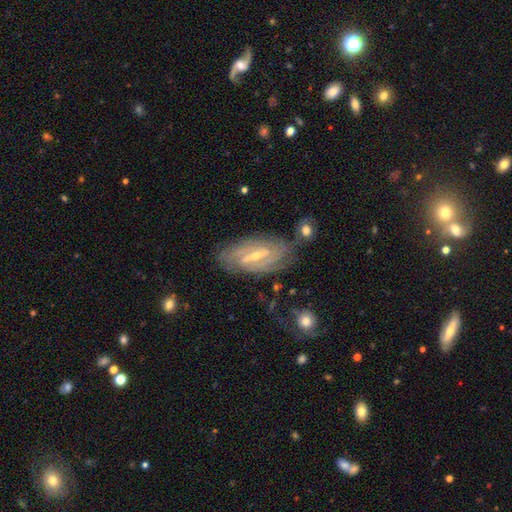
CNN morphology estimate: Q: Smooth or featured?
A: featured or disk (84%); runner-up: smooth (10%)
Q: Edge-on disk?
A: no (91%); runner-up: yes (9%)
Q: Bar?
A: strong (52%); runner-up: weak (38%)
Q: Spiral arms?
A: yes (93%); runner-up: no (7%)
Q: Spiral winding?
A: tight (57%); runner-up: medium (33%)
Q: Spiral arm count?
A: 2 (44%); runner-up: can't tell (29%)
Q: Bulge size?
A: small (58%); runner-up: moderate (38%)
Q: Merging?
A: none (74%); runner-up: minor disturbance (17%)